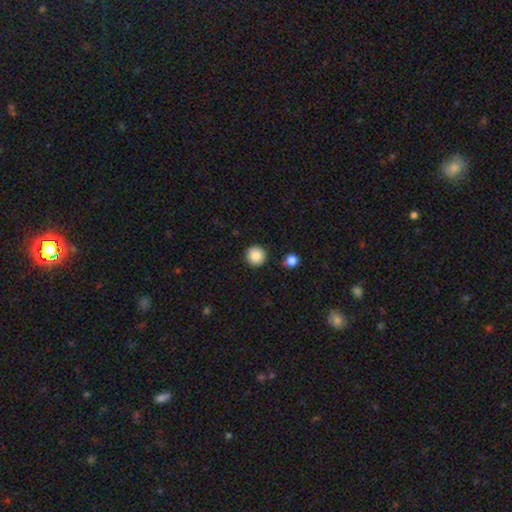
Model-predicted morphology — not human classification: This is clearly a smooth galaxy (86%). How rounded: clearly round (96%). Merging: clearly none (91%).